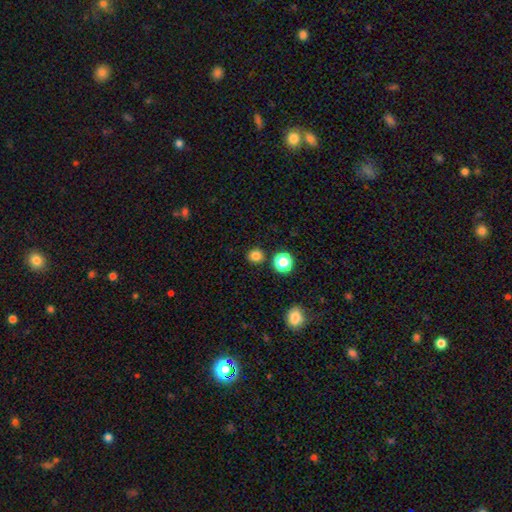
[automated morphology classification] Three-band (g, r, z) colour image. It shows a smooth galaxy with no disk features (81%) that is round (92%). Merging: none (87%).